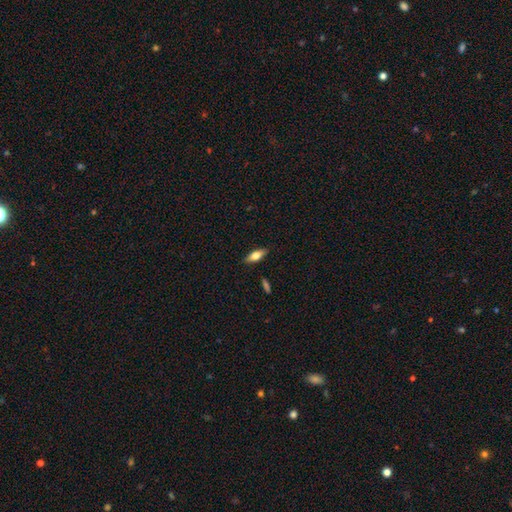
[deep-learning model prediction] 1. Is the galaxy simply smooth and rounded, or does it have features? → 65% smooth, 28% featured or disk, 7% star or artifact.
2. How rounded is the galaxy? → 72% in between, 25% cigar-shaped, 3% round.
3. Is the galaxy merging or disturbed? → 86% none, 10% minor disturbance, 2% major disturbance, 2% merger.